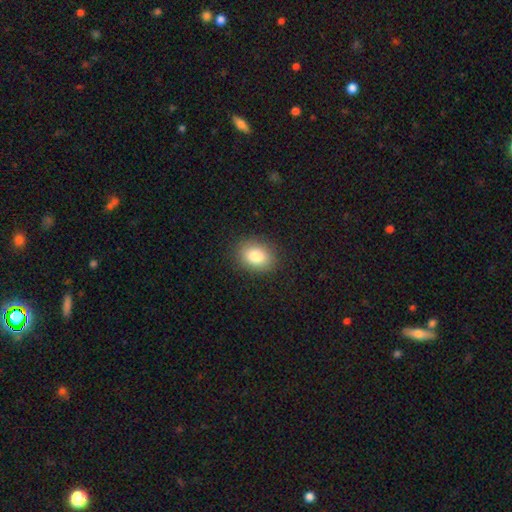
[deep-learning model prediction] Overall: smooth (83%). How rounded: in between (56%; round 43%). Merging: none (88%).